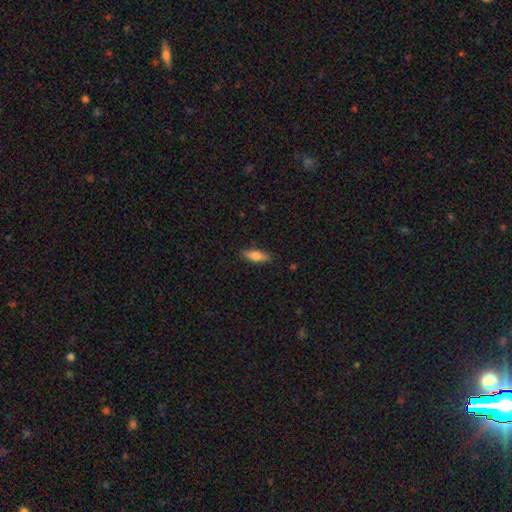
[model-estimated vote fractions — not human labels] Smooth or featured? smooth (76%)
How rounded? in between (58%)
Merging? none (86%)